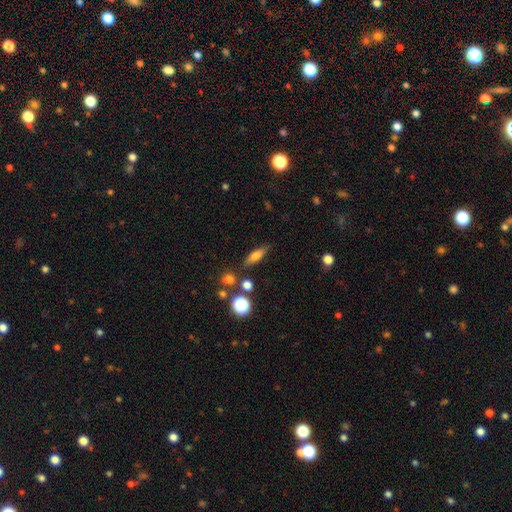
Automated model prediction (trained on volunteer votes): Smooth or featured: smooth — 62% (featured or disk — 26%)
How rounded: cigar-shaped — 47% (in between — 46%)
Merging: none — 80% (minor disturbance — 11%)